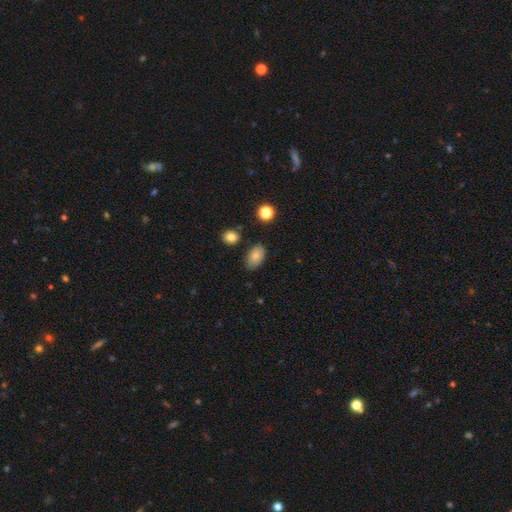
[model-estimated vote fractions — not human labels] Morphology: type=smooth (81%); roundness=in between (90%); merging=none (80%).